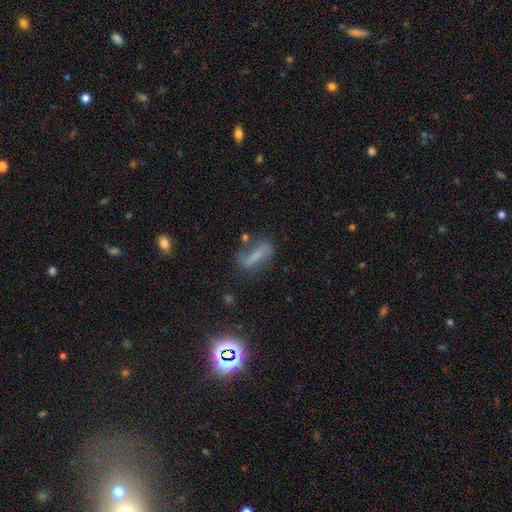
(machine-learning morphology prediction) This appears to be a smooth galaxy with no disk features (44%). Merging: none (56%).